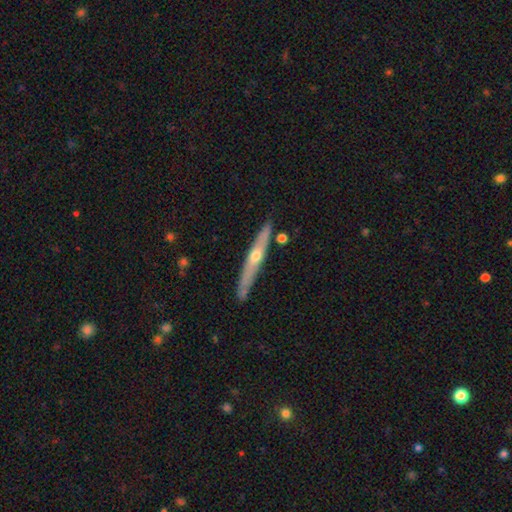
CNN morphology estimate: smooth-or-featured: featured or disk: 60% | smooth: 35% | star or artifact: 5%
  disk-edge-on: yes: 92% | no: 8%
    edge-on-bulge: rounded: 78% | none: 20% | boxy: 2%
  merging: none: 82% | minor disturbance: 12% | merger: 4% | major disturbance: 2%